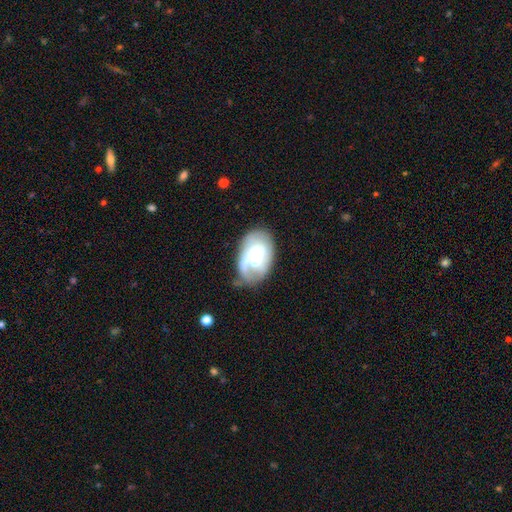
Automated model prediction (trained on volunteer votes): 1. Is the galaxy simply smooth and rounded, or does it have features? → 65% featured or disk, 28% smooth, 6% star or artifact.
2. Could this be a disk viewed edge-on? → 96% no, 4% yes.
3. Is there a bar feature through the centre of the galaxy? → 62% no, 31% weak, 7% strong.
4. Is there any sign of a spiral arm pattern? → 76% yes, 24% no.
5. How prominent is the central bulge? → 56% moderate, 30% small, 10% large, 2% none, 2% dominant.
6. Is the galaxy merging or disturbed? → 50% none, 27% minor disturbance, 15% major disturbance, 8% merger.